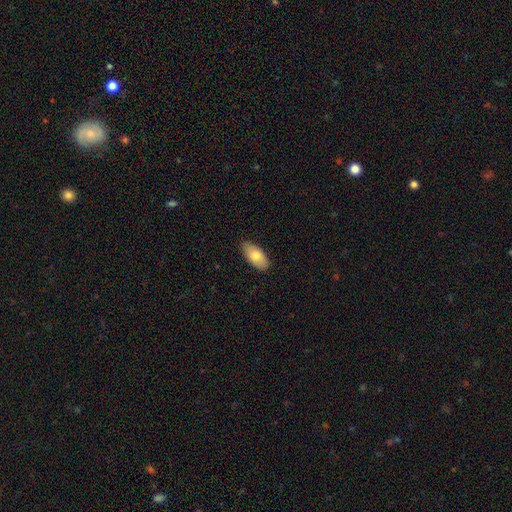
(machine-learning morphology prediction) Smooth or featured: smooth — 78% (featured or disk — 16%)
How rounded: in between — 91% (cigar-shaped — 7%)
Merging: none — 85% (minor disturbance — 12%)